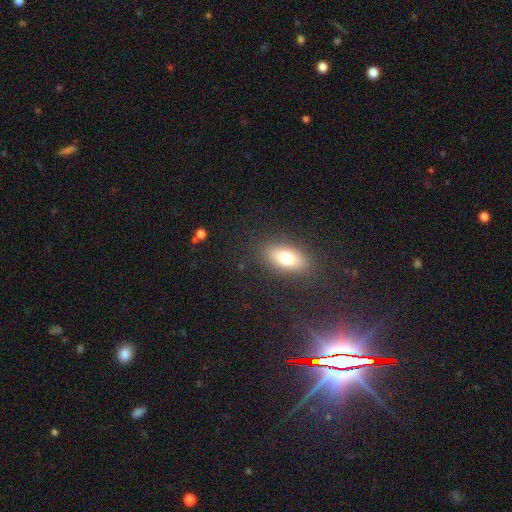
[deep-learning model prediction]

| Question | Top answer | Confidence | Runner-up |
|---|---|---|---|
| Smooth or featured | smooth | 52% | star or artifact (32%) |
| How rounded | in between | 83% | round (10%) |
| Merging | none | 88% | minor disturbance (8%) |